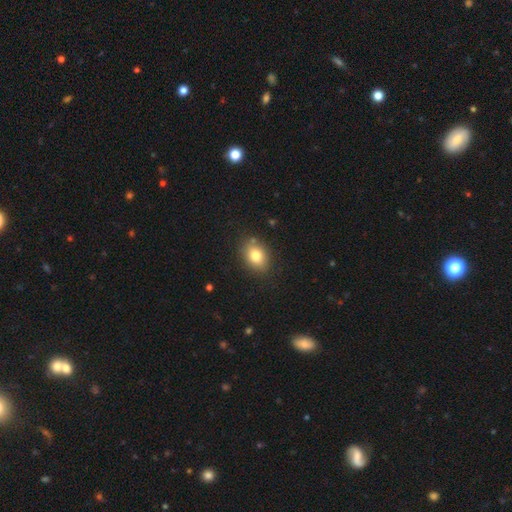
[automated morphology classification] smooth_or_featured: smooth (p=0.79) [alt: featured or disk p=0.11]
how_rounded: in between (p=0.74) [alt: round p=0.25]
merging: none (p=0.83) [alt: minor disturbance p=0.12]